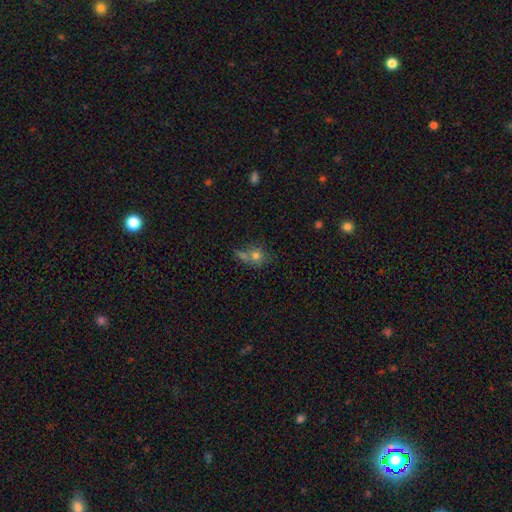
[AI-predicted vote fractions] Smooth or featured? Predicted: smooth (p=0.71). How rounded? Predicted: round (p=0.68). Merging? Predicted: none (p=0.42).